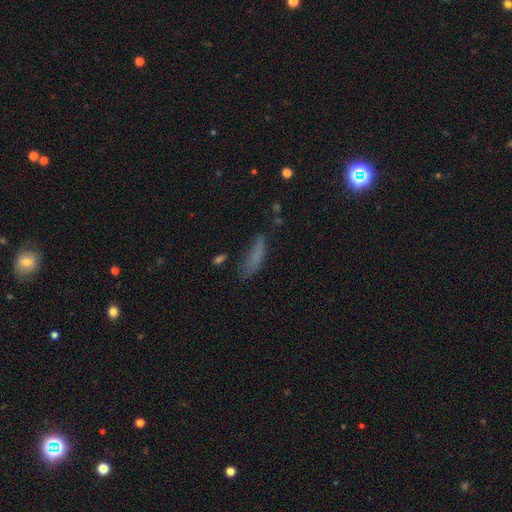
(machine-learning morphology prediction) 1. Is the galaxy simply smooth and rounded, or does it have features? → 70% smooth, 16% featured or disk, 14% star or artifact.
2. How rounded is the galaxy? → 59% cigar-shaped, 38% in between, 3% round.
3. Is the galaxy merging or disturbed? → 53% none, 28% minor disturbance, 15% major disturbance, 5% merger.